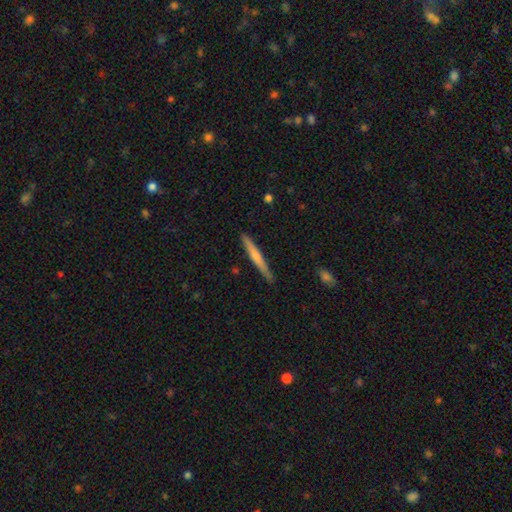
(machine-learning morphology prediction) Smooth or featured? Predicted: smooth (p=0.52). How rounded? Predicted: cigar-shaped (p=0.96). Merging? Predicted: none (p=0.88).